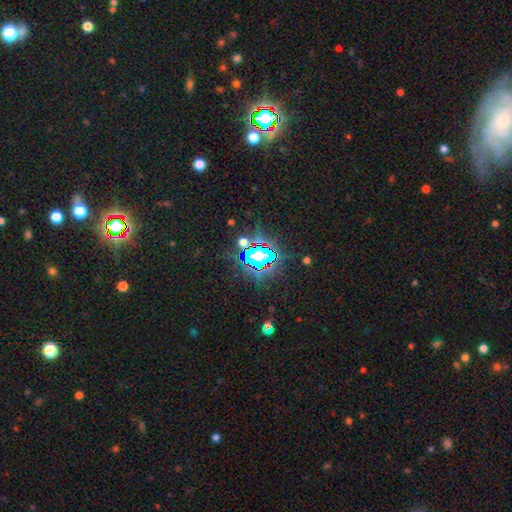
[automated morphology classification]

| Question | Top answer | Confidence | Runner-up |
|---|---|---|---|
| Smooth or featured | star or artifact | 81% | smooth (11%) |